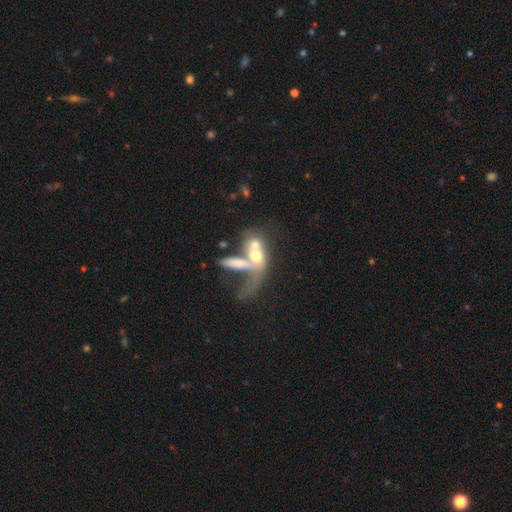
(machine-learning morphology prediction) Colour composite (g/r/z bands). It shows a smooth galaxy with no disk features (45%). Merging: merger (67%).